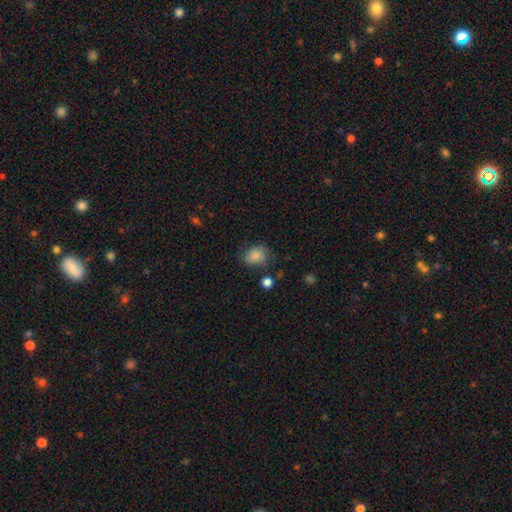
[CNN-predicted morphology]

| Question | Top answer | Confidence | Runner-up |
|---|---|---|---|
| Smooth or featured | smooth | 81% | featured or disk (10%) |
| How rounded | in between | 53% | round (46%) |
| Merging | none | 60% | minor disturbance (26%) |